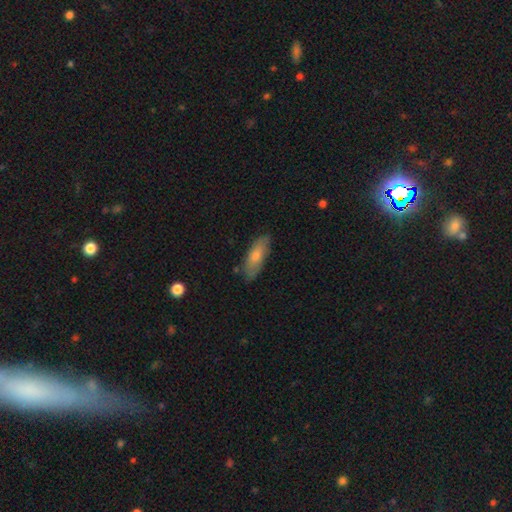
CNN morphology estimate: Smooth or featured?
  - smooth: 64% *
  - featured or disk: 29%
  - star or artifact: 7%
How rounded?
  - in between: 59% *
  - cigar-shaped: 39%
  - round: 2%
Merging?
  - none: 81% *
  - minor disturbance: 15%
  - major disturbance: 3%
  - merger: 2%